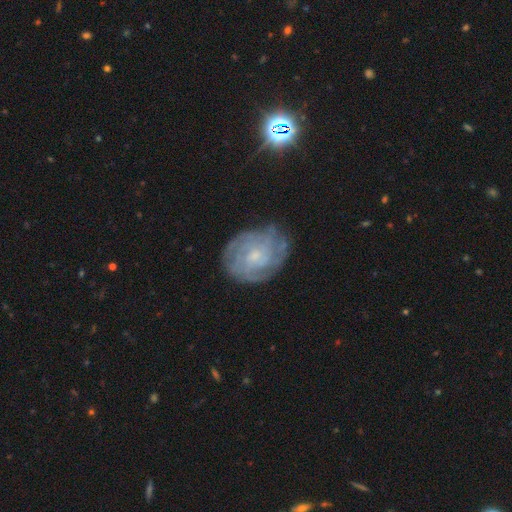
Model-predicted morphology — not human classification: Smooth or featured? featured or disk (77%)
Edge-on disk? no (97%)
Bar? no (70%)
Spiral arms? yes (91%)
Spiral winding? tight (70%)
Spiral arm count? can't tell (47%)
Bulge size? small (63%)
Merging? none (75%)